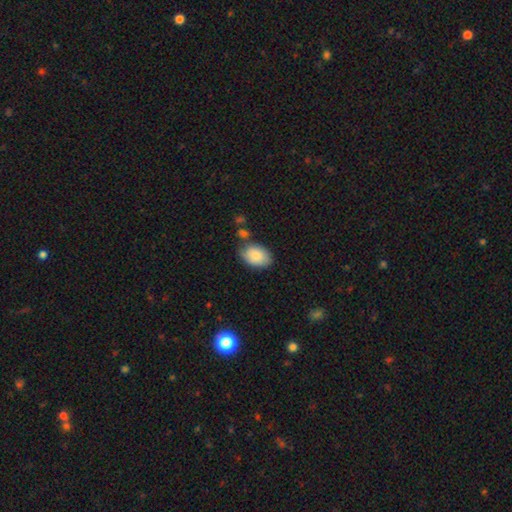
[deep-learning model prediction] smooth 84%, featured or disk 9%, star or artifact 7%. Down the decision tree: how rounded — in between (85%); merging — none (70%).